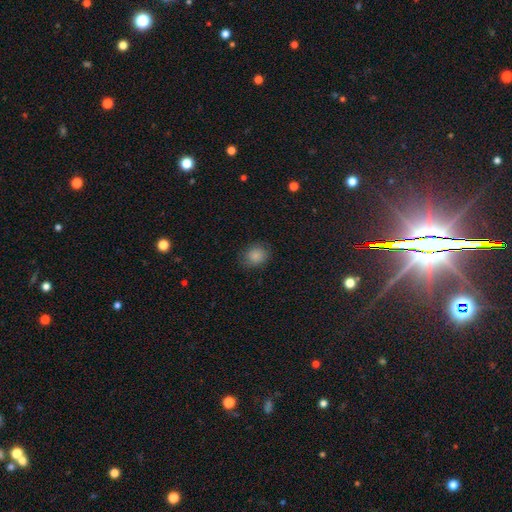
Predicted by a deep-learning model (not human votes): A smooth galaxy with no disk features (85%) that is round (62%).

Vote fractions:
- Smooth or featured? smooth: 85% / star or artifact: 10% / featured or disk: 5%
- How rounded? round: 62% / in between: 37% / cigar-shaped: 1%
- Merging? none: 81% / minor disturbance: 14% / major disturbance: 4% / merger: 1%